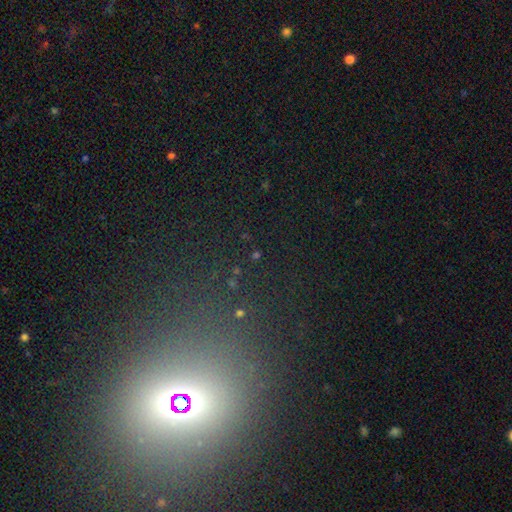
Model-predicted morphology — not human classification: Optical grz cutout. It shows a star or artifact, not a galaxy (66%).